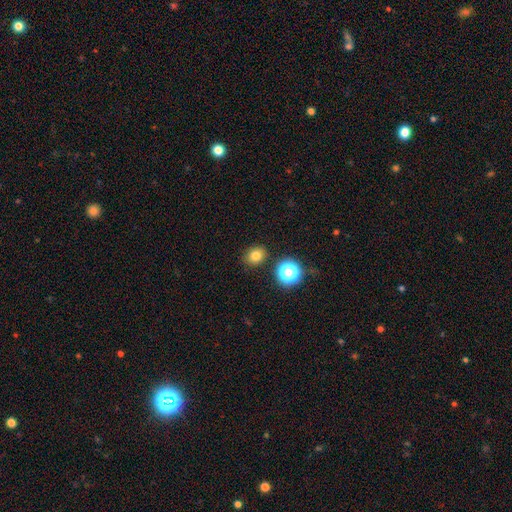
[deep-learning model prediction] A smooth galaxy with no disk features (77%) that is round (58%). Merging: none (86%).